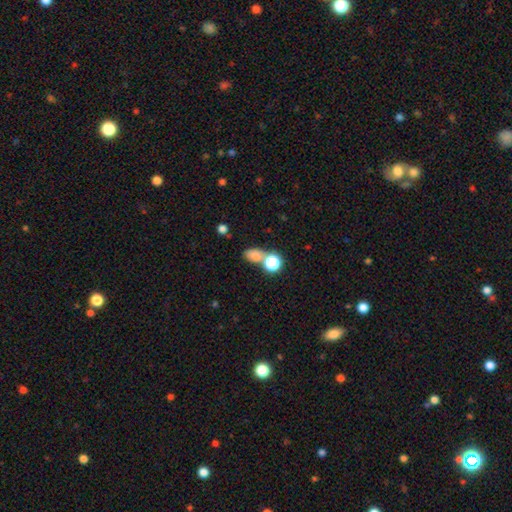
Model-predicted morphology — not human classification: Smooth or featured: smooth — 72% (star or artifact — 18%)
How rounded: in between — 68% (round — 29%)
Merging: none — 50% (merger — 33%)